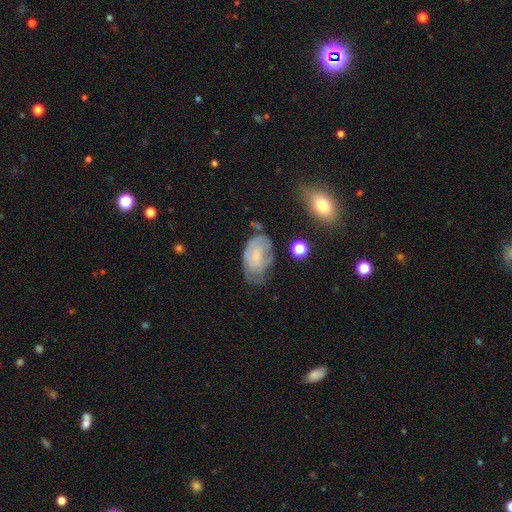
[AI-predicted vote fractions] The model was most divided on "smooth or featured": featured or disk: 47%, smooth: 45%, star or artifact: 9%. Remaining: merging — none (45%).